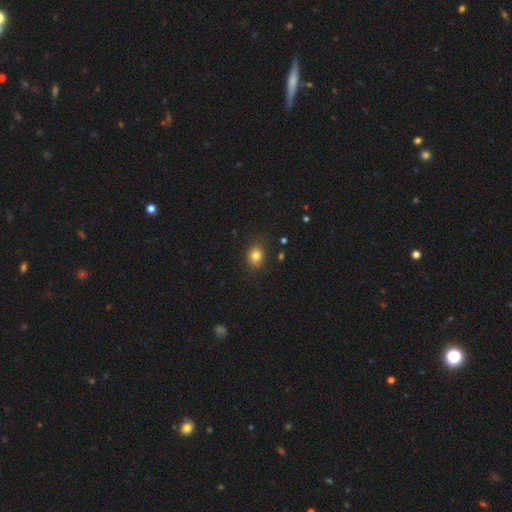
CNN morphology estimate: smooth-or-featured: smooth: 80% | star or artifact: 12% | featured or disk: 8%
  how-rounded: round: 54% | in between: 45% | cigar-shaped: 1%
  merging: none: 84% | minor disturbance: 12% | major disturbance: 3% | merger: 1%